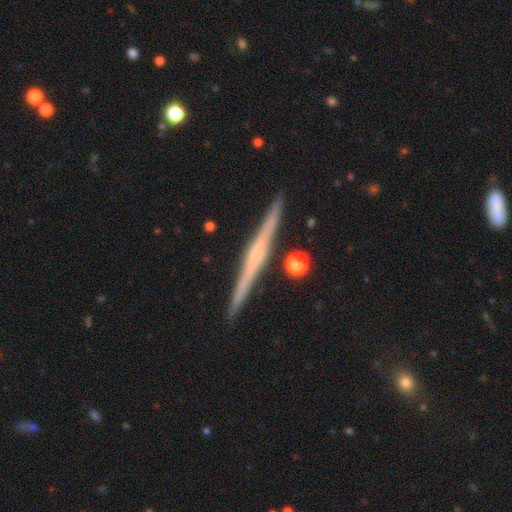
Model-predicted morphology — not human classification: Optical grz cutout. It shows a featured or disk galaxy (76%) viewed edge-on (98%) with a rounded central bulge (43%). Merging: none (91%).